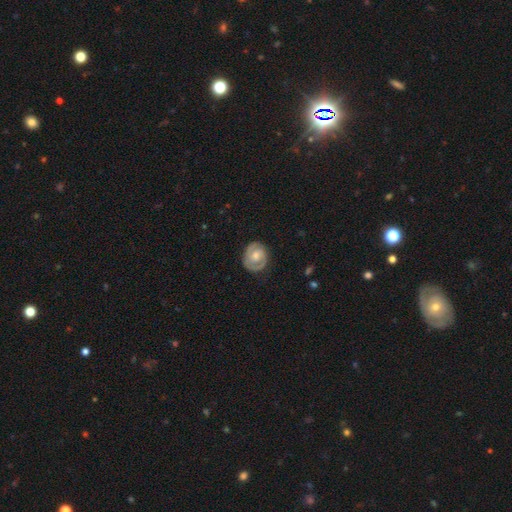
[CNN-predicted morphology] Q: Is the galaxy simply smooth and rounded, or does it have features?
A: featured or disk — 72%.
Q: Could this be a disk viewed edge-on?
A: no — 97%.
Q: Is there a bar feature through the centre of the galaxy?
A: no — 59%.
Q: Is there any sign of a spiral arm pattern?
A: yes — 86%.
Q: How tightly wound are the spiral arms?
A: tight — 61%.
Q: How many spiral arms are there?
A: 2 — 74%.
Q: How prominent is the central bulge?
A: moderate — 59%.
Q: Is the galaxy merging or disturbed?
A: none — 81%.